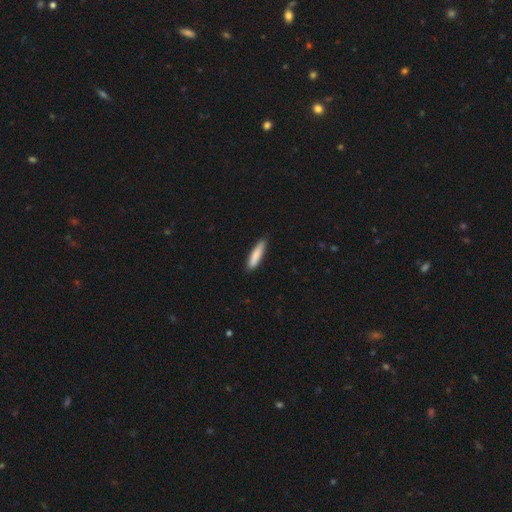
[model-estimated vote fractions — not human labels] Smooth or featured: smooth — 86% (featured or disk — 9%)
How rounded: cigar-shaped — 80% (in between — 19%)
Merging: none — 86% (minor disturbance — 11%)